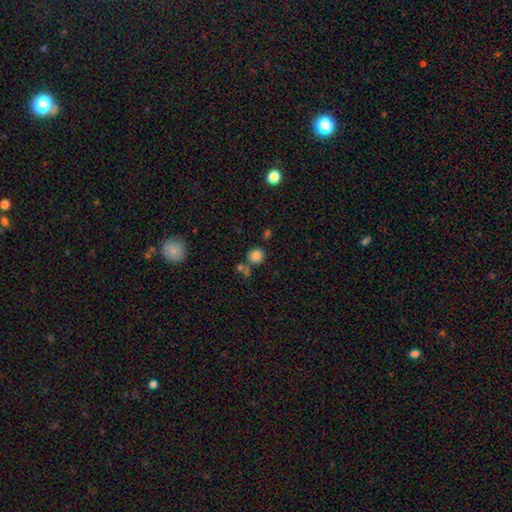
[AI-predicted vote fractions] smooth_or_featured: smooth (p=0.82) [alt: star or artifact p=0.12]
how_rounded: round (p=0.88) [alt: in between p=0.11]
merging: none (p=0.68) [alt: merger p=0.18]